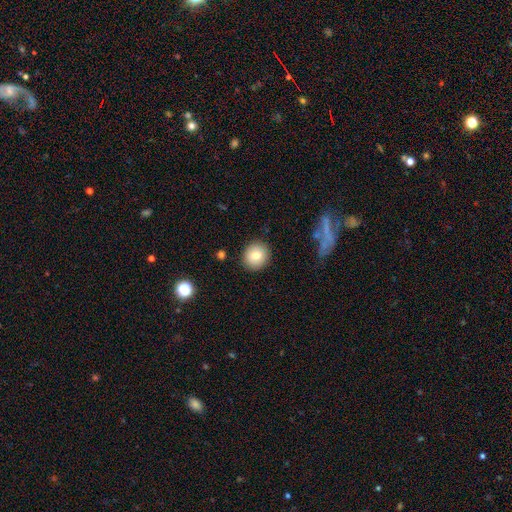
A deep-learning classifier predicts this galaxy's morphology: type=smooth (80%); roundness=round (85%); merging=none (88%).